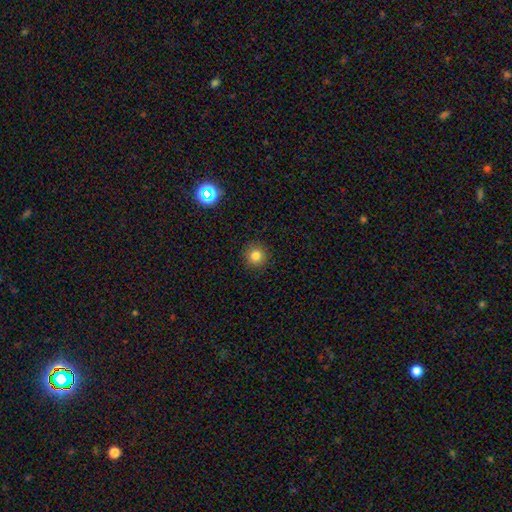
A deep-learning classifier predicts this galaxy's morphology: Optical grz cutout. It shows a smooth galaxy with no disk features (81%) that is round (95%). Merging: none (92%).